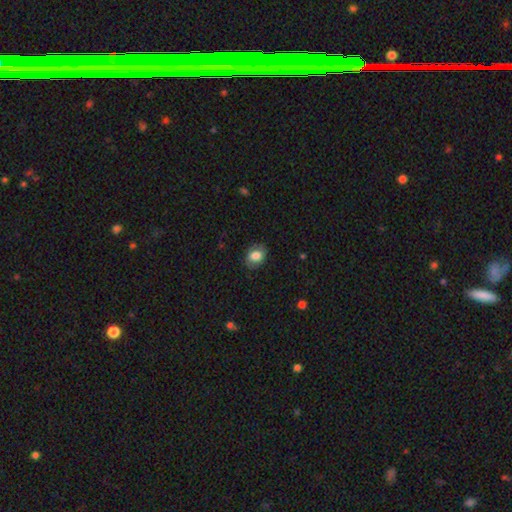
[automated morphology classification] Overall: smooth (74%). How rounded: in between (66%; round 33%). Merging: none (80%).